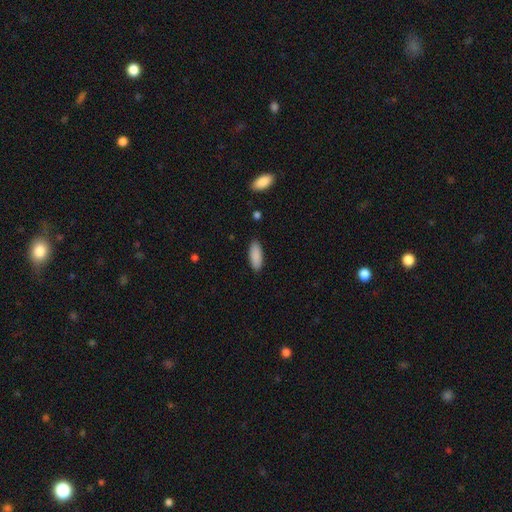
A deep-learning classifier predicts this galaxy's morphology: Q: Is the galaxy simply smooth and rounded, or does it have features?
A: smooth — 90%.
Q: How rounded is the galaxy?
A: in between — 74%.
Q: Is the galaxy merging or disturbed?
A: none — 88%.